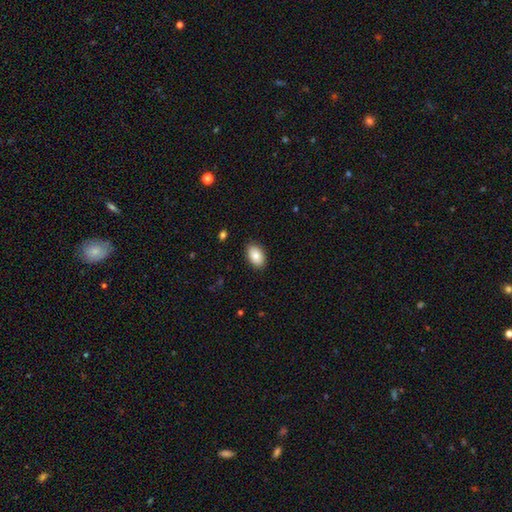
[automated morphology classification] Smooth or featured?
  - smooth: 83% *
  - featured or disk: 10%
  - star or artifact: 7%
How rounded?
  - in between: 91% *
  - round: 8%
  - cigar-shaped: 1%
Merging?
  - none: 87% *
  - minor disturbance: 10%
  - major disturbance: 2%
  - merger: 1%